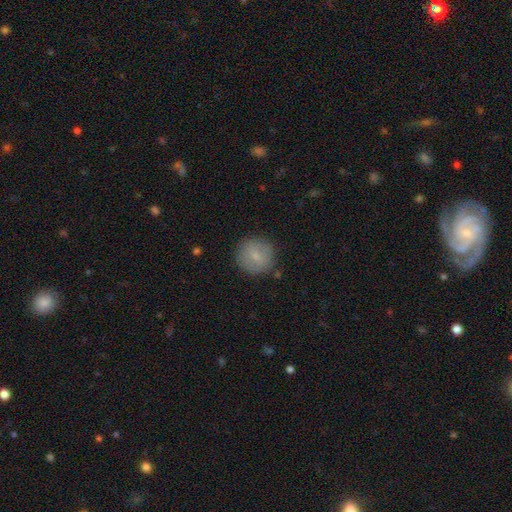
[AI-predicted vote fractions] The model was most divided on "smooth or featured": smooth: 76%, featured or disk: 16%, star or artifact: 8%. More confident: how rounded — round (92%); merging — none (86%).